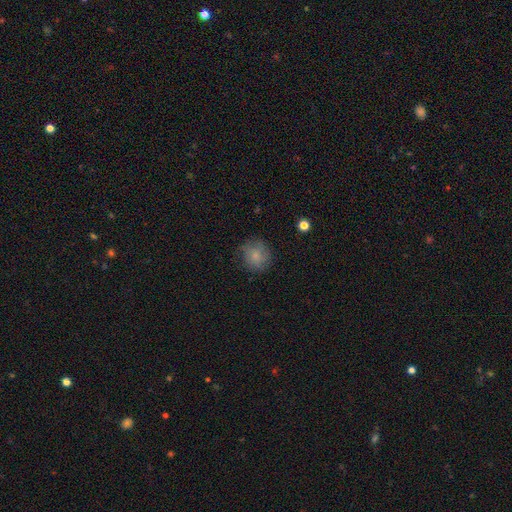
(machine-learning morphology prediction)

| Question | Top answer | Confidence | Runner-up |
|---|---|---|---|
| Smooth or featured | smooth | 76% | featured or disk (15%) |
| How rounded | round | 87% | in between (12%) |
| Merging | none | 73% | minor disturbance (19%) |